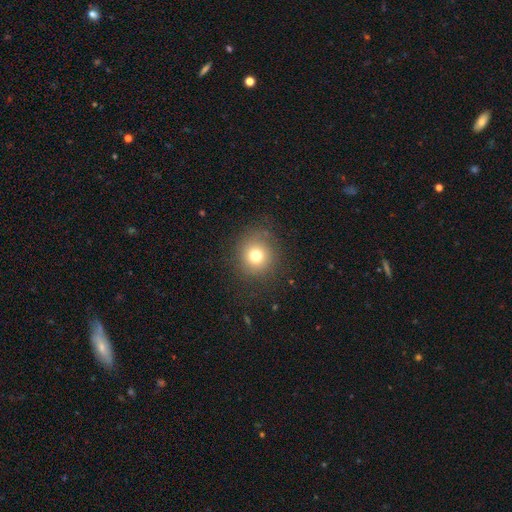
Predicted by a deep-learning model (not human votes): A smooth galaxy with no disk features (75%) that is round (91%).

Vote fractions:
- Smooth or featured? smooth: 75% / star or artifact: 14% / featured or disk: 11%
- How rounded? round: 91% / in between: 8% / cigar-shaped: 1%
- Merging? none: 85% / minor disturbance: 9% / major disturbance: 5% / merger: 1%